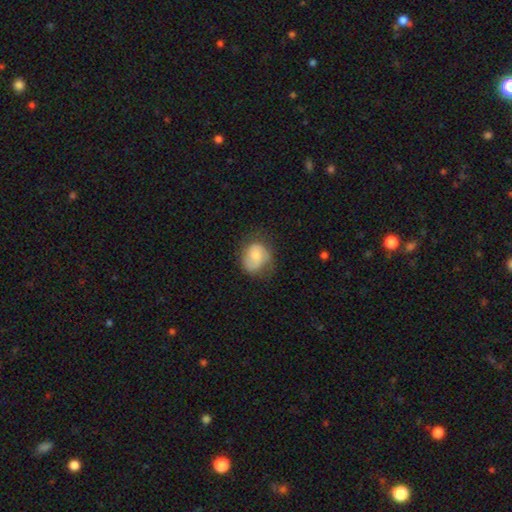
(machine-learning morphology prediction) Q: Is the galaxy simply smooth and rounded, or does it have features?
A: smooth — 63%.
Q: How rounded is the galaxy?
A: round — 52%.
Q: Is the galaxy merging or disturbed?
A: none — 50%.